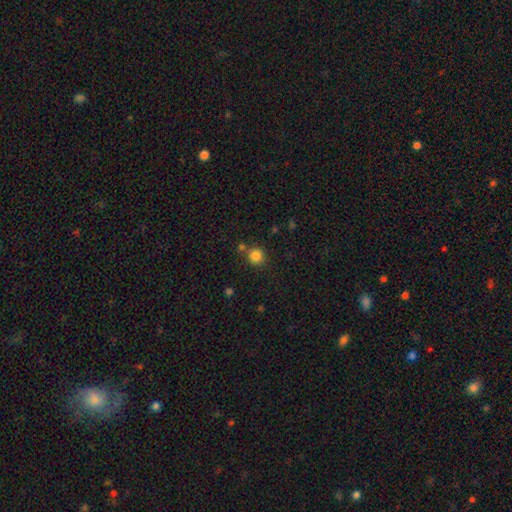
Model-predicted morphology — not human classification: Smooth or featured? smooth (83%)
How rounded? round (91%)
Merging? none (73%)